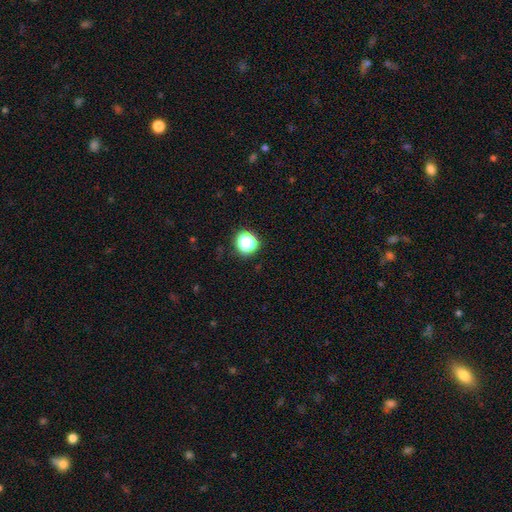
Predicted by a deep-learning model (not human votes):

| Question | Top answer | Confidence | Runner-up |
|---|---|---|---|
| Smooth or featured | star or artifact | 55% | smooth (40%) |